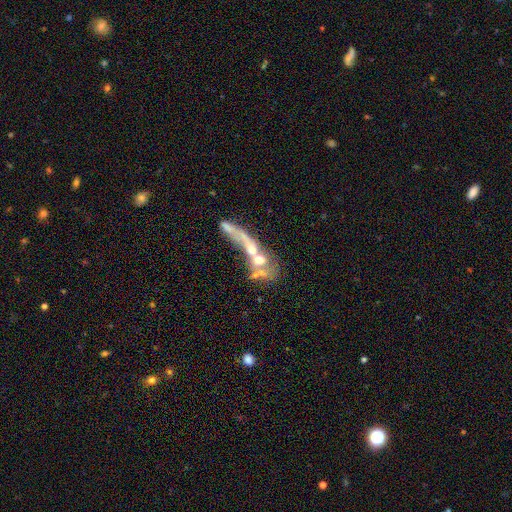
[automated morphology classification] smooth_or_featured: featured or disk (p=0.53) [alt: smooth p=0.31]
disk_edge_on: no (p=0.79) [alt: yes p=0.21]
merging: merger (p=0.49) [alt: major disturbance p=0.25]